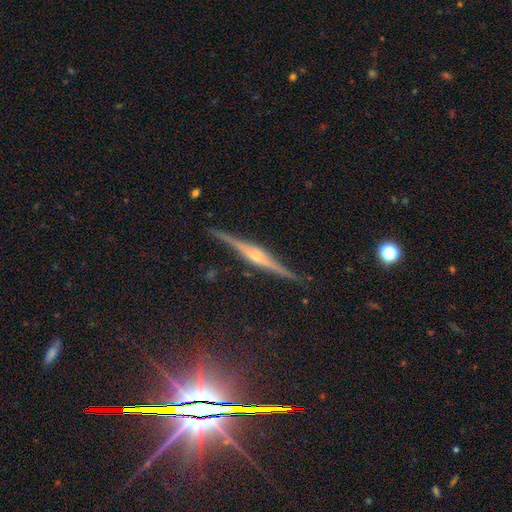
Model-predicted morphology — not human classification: This is clearly a featured or disk galaxy (82%). It is clearly viewed edge-on (97%). Edge-on bulge: likely rounded (72%). Merging: clearly none (88%).